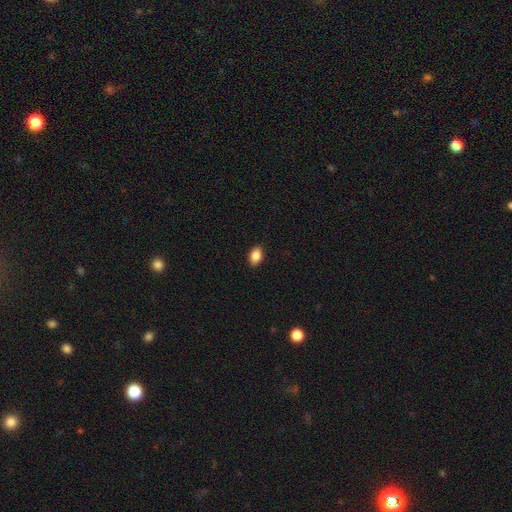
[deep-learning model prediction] Morphology: type=smooth (88%); roundness=in between (88%); merging=none (89%).